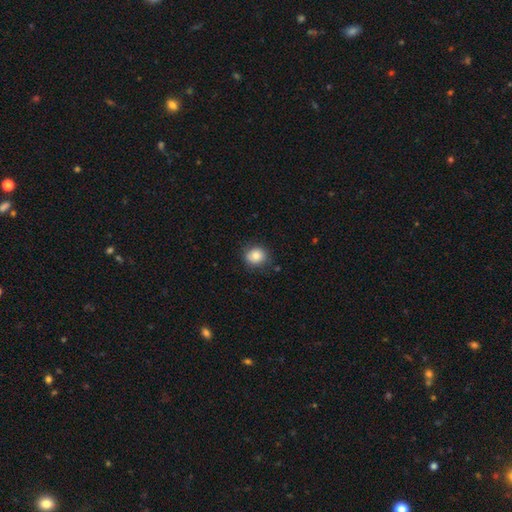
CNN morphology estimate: smooth 83%, star or artifact 10%, featured or disk 8%. Down the decision tree: how rounded — round (77%); merging — none (81%).